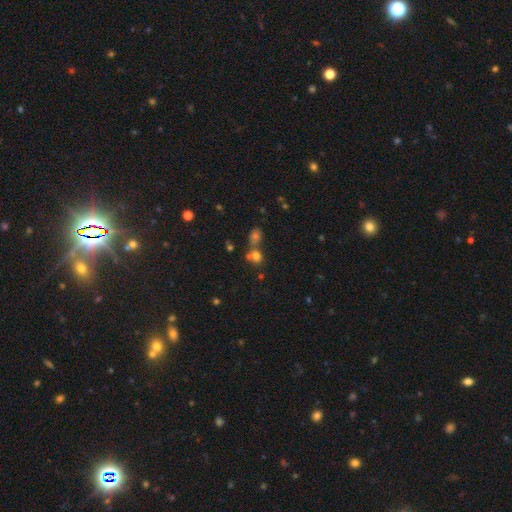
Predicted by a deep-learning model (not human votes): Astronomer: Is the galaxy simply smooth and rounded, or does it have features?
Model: smooth — 71%.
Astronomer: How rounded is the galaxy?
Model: round — 70%.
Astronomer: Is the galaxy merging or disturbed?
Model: none — 49% (runner-up: merger, 39%).